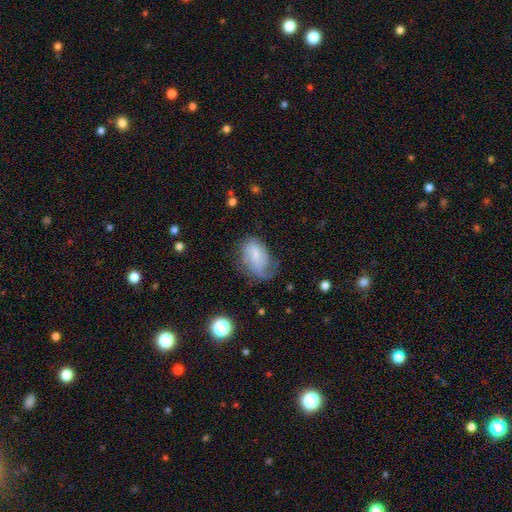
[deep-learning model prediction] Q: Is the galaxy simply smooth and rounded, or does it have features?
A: smooth — 46%.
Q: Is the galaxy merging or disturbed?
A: none — 41%.